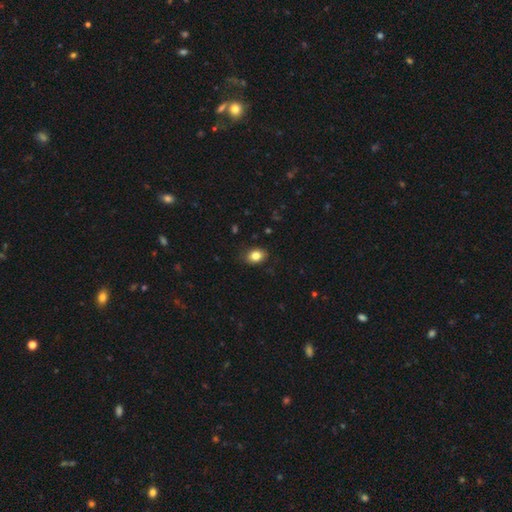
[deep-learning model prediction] Q: Smooth or featured?
A: smooth (83%); runner-up: star or artifact (9%)
Q: How rounded?
A: in between (70%); runner-up: round (29%)
Q: Merging?
A: none (85%); runner-up: minor disturbance (12%)